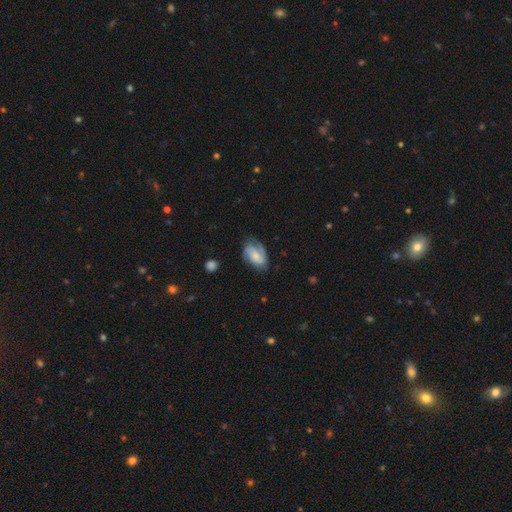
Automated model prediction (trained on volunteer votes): Q: Smooth or featured?
A: featured or disk (57%); runner-up: smooth (36%)
Q: Edge-on disk?
A: no (96%); runner-up: yes (4%)
Q: Bar?
A: no (58%); runner-up: weak (33%)
Q: Spiral arms?
A: yes (89%); runner-up: no (11%)
Q: Bulge size?
A: small (37%); runner-up: moderate (36%)
Q: Merging?
A: none (58%); runner-up: minor disturbance (27%)